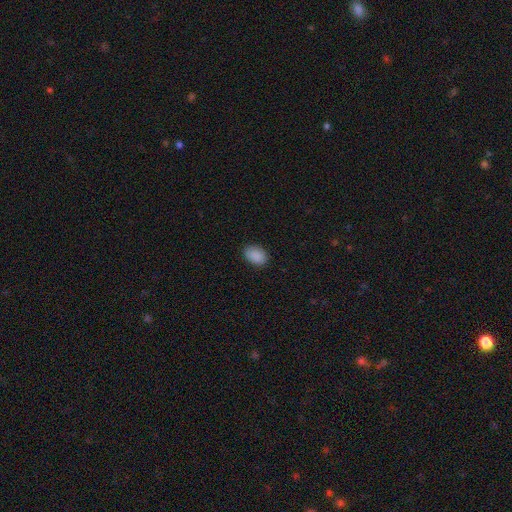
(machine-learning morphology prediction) This appears to be a smooth galaxy with no disk features (89%) that is in between round and cigar-shaped (80%). Merging: none (85%).